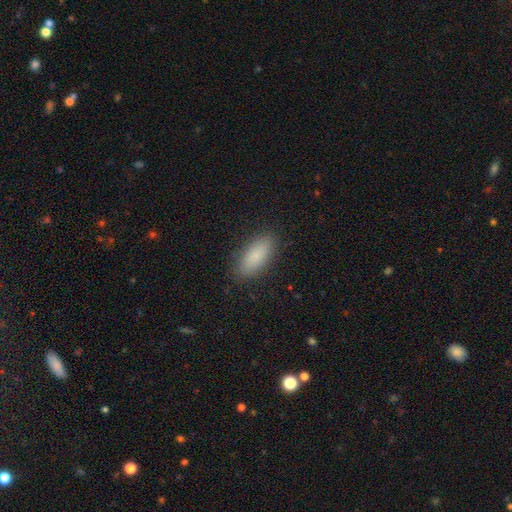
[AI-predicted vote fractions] smooth_or_featured: smooth (p=0.86) [alt: featured or disk p=0.07]
how_rounded: in between (p=0.82) [alt: cigar-shaped p=0.16]
merging: none (p=0.88) [alt: minor disturbance p=0.09]